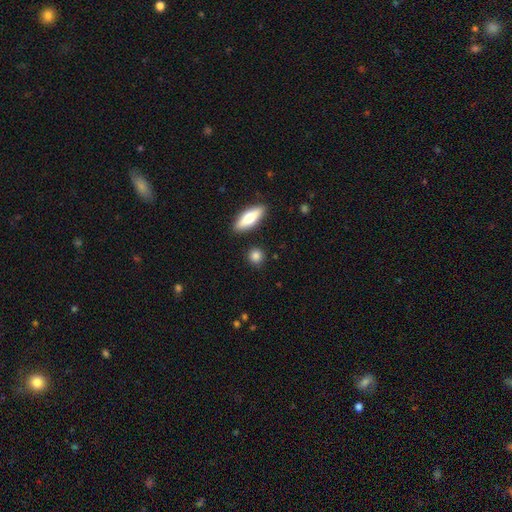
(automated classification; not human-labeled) Overall: smooth (83%). How rounded: round (69%). Merging: none (87%).